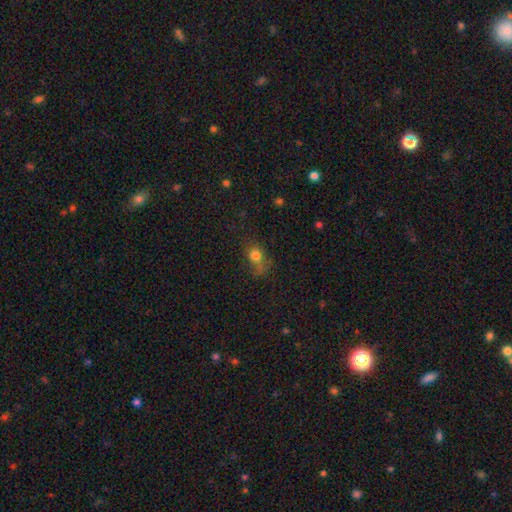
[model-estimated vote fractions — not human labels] smooth-or-featured: smooth: 75% | star or artifact: 15% | featured or disk: 10%
  how-rounded: round: 60% | in between: 38% | cigar-shaped: 2%
  merging: none: 51% | minor disturbance: 26% | major disturbance: 18% | merger: 5%